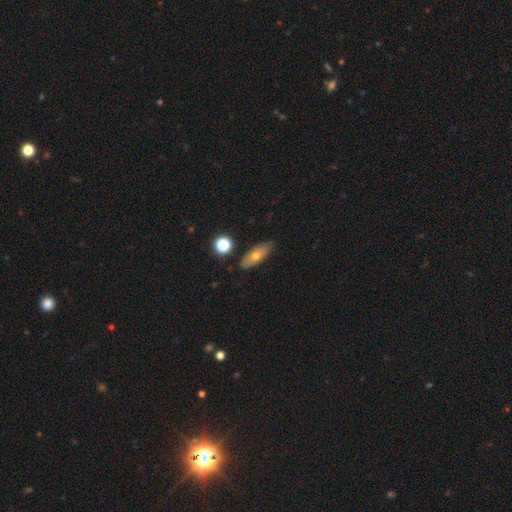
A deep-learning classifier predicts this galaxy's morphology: Overall: smooth (62%; featured or disk 29%). How rounded: in between (64%; cigar-shaped 31%). Merging: none (84%).